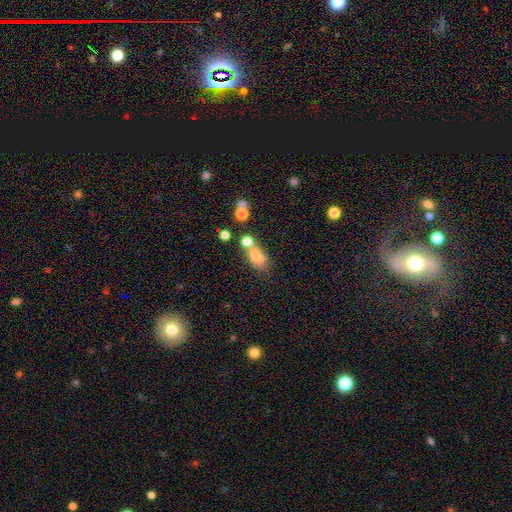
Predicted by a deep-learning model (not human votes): Smooth or featured? smooth (70%)
How rounded? in between (67%)
Merging? merger (40%)